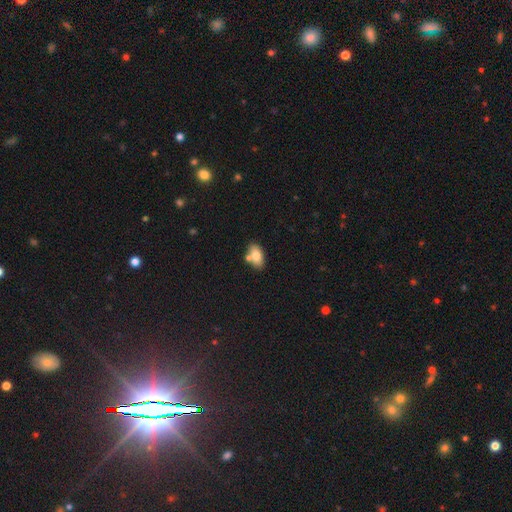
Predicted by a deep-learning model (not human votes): smooth_or_featured: smooth (p=0.78) [alt: featured or disk p=0.14]
how_rounded: in between (p=0.90) [alt: round p=0.07]
merging: none (p=0.64) [alt: merger p=0.19]